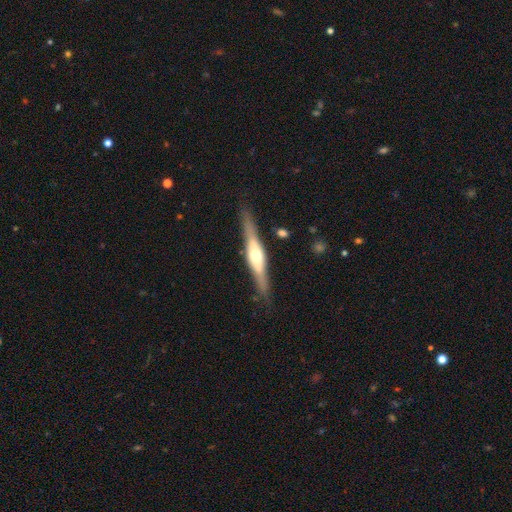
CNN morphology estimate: The model was most divided on "smooth or featured": featured or disk: 74%, smooth: 21%, star or artifact: 5%. More confident: edge-on disk — yes (96%); edge-on bulge — rounded (86%); merging — none (85%).